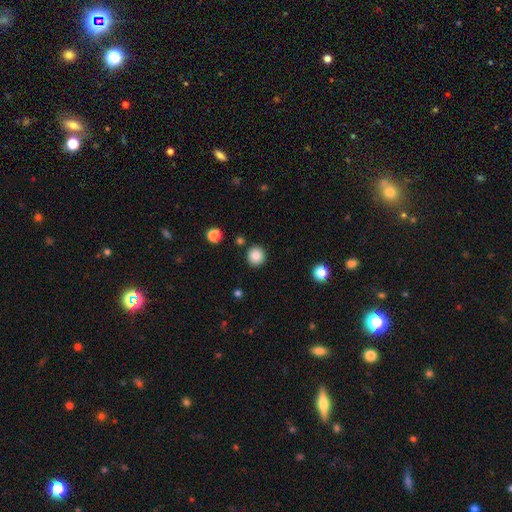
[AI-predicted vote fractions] The model was most divided on "smooth or featured": smooth: 86%, star or artifact: 10%, featured or disk: 4%. More confident: how rounded — round (92%); merging — none (90%).